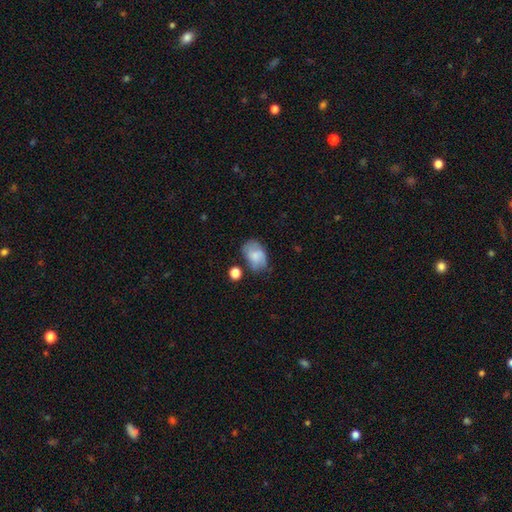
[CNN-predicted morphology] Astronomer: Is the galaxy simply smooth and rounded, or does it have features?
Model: smooth — 66%.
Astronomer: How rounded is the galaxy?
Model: in between — 80%.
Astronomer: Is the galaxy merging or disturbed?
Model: none — 51% (runner-up: minor disturbance, 30%).